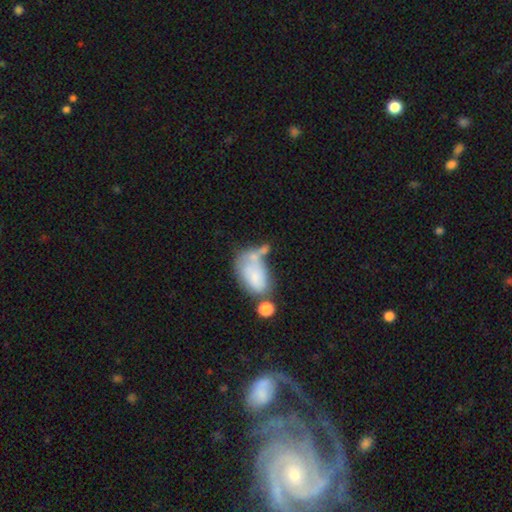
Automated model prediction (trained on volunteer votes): smooth 64%, featured or disk 27%, star or artifact 9%. Down the decision tree: how rounded — in between (90%); merging — merger (36%).